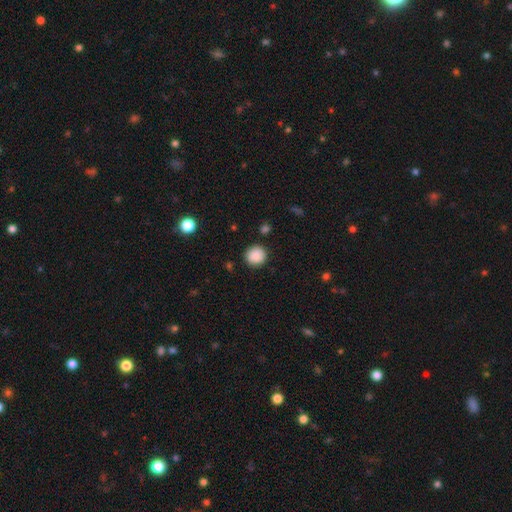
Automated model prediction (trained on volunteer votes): A smooth galaxy with no disk features (88%) that is round (93%).

Vote fractions:
- Smooth or featured? smooth: 88% / star or artifact: 9% / featured or disk: 4%
- How rounded? round: 93% / in between: 6% / cigar-shaped: 1%
- Merging? none: 89% / minor disturbance: 7% / major disturbance: 2% / merger: 1%